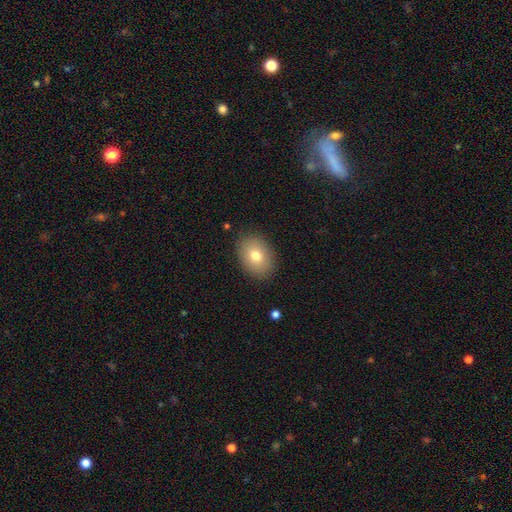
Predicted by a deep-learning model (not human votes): Smooth or featured? smooth (76%)
How rounded? in between (70%)
Merging? none (87%)